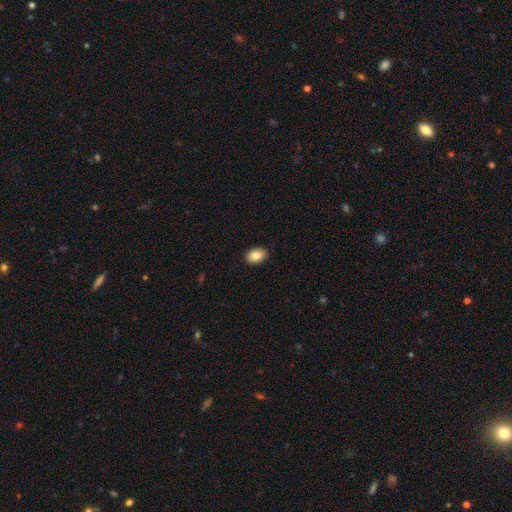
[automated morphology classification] smooth-or-featured: smooth: 86% | star or artifact: 8% | featured or disk: 6%
  how-rounded: in between: 86% | round: 13% | cigar-shaped: 1%
  merging: none: 90% | minor disturbance: 7% | major disturbance: 2% | merger: 1%